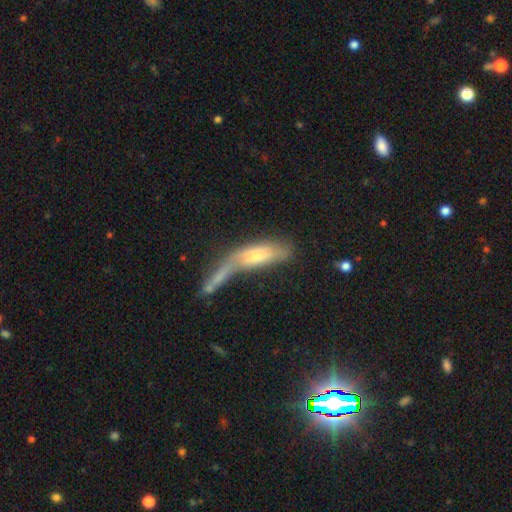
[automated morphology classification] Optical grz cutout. It shows a smooth galaxy with no disk features (55%) that is cigar-shaped (54%). Merging: merger (46%).